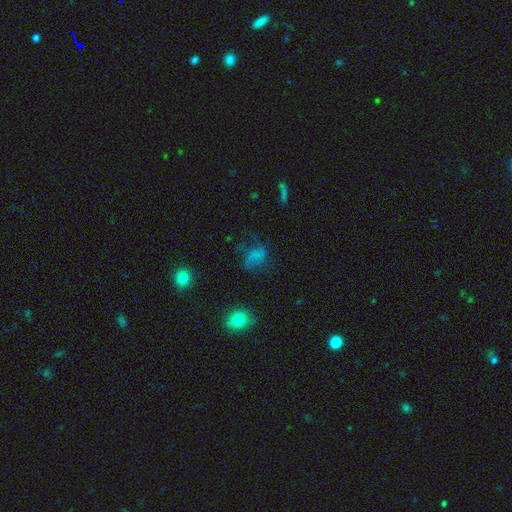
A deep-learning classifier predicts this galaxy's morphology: Q: Smooth or featured?
A: smooth (61%); runner-up: featured or disk (20%)
Q: How rounded?
A: in between (71%); runner-up: round (26%)
Q: Merging?
A: none (44%); runner-up: major disturbance (28%)